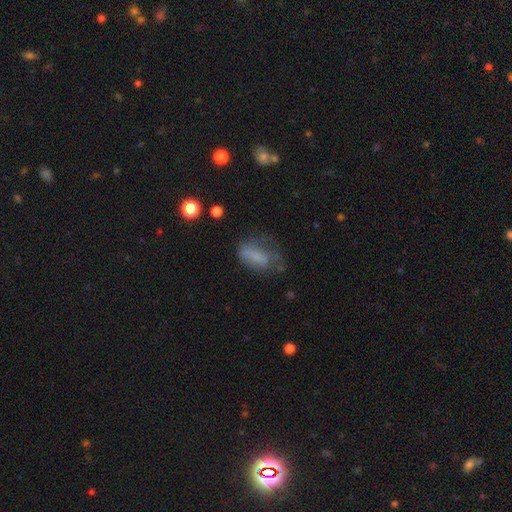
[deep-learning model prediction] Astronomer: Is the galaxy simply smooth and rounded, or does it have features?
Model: smooth — 61%.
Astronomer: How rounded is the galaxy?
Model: in between — 81%.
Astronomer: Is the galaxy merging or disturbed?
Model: none — 37% (runner-up: major disturbance, 32%).